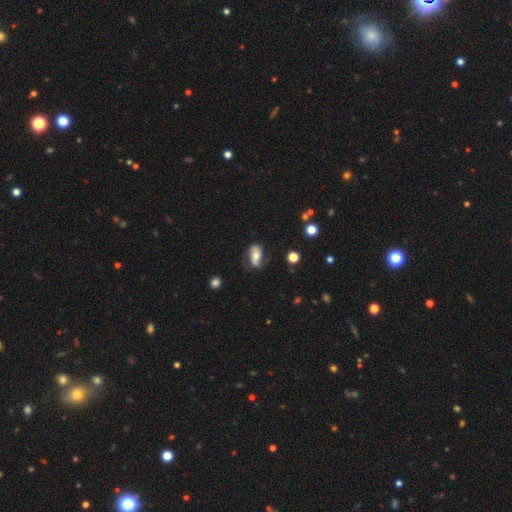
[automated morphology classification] The model was most divided on "smooth or featured": featured or disk: 59%, smooth: 33%, star or artifact: 8%. More confident: edge-on disk — no (93%); spiral arms — yes (83%); bulge size — moderate (67%); merging — none (66%); bar — no (56%).